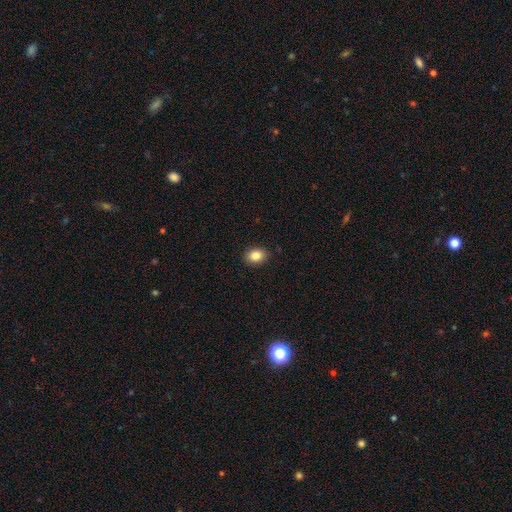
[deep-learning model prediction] Q: Smooth or featured?
A: smooth (85%); runner-up: star or artifact (9%)
Q: How rounded?
A: in between (57%); runner-up: round (43%)
Q: Merging?
A: none (89%); runner-up: minor disturbance (8%)